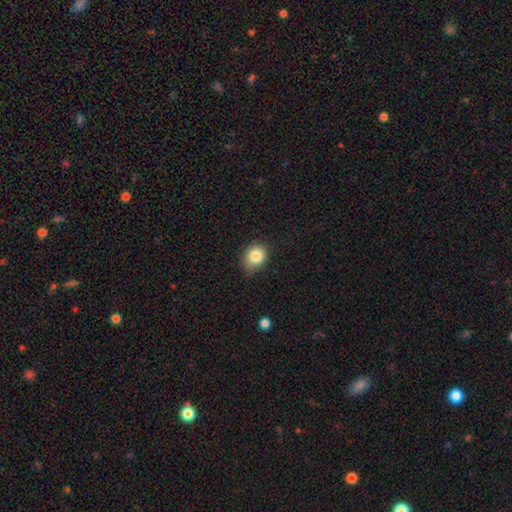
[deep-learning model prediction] This is clearly a smooth galaxy (83%). How rounded: likely round (65%). Merging: likely none (66%).